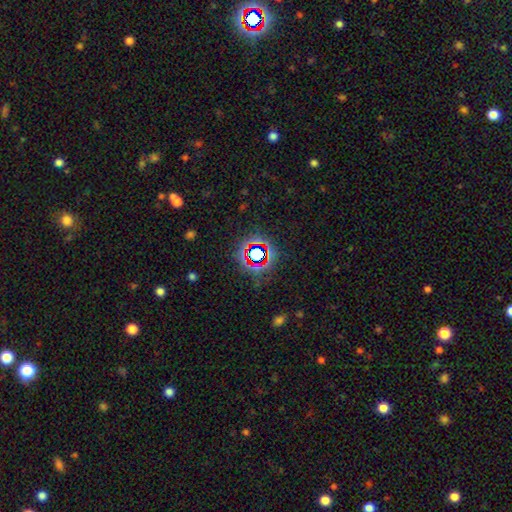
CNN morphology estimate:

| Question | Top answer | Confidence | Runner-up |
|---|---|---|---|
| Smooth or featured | star or artifact | 71% | smooth (18%) |